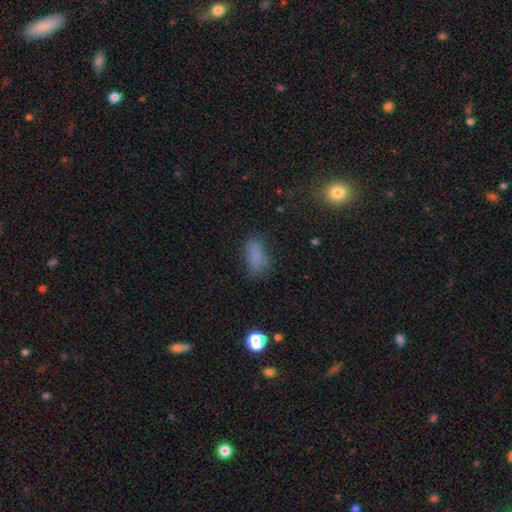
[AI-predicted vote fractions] This is likely a smooth galaxy (77%). How rounded: clearly in between (84%). Merging: likely none (61%).